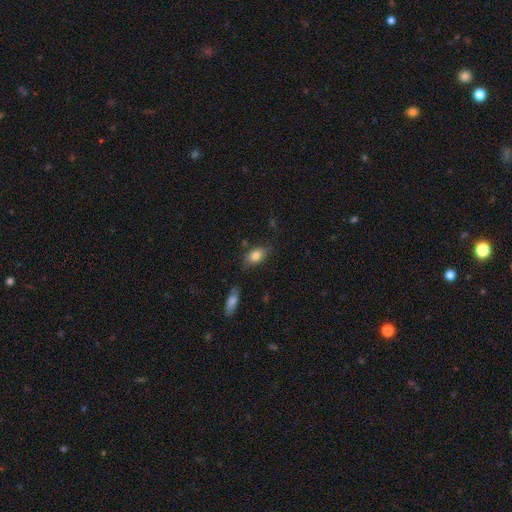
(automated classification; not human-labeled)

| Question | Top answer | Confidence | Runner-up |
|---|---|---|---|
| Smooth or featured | smooth | 80% | featured or disk (12%) |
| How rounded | in between | 86% | round (10%) |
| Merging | none | 74% | minor disturbance (18%) |